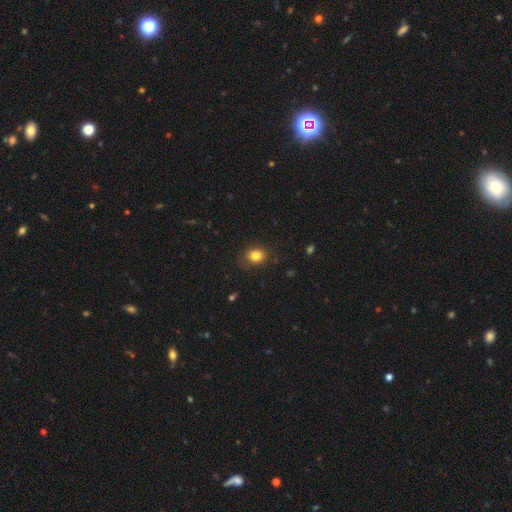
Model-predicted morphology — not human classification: Smooth or featured? Predicted: smooth (p=0.82). How rounded? Predicted: round (p=0.63). Merging? Predicted: none (p=0.81).